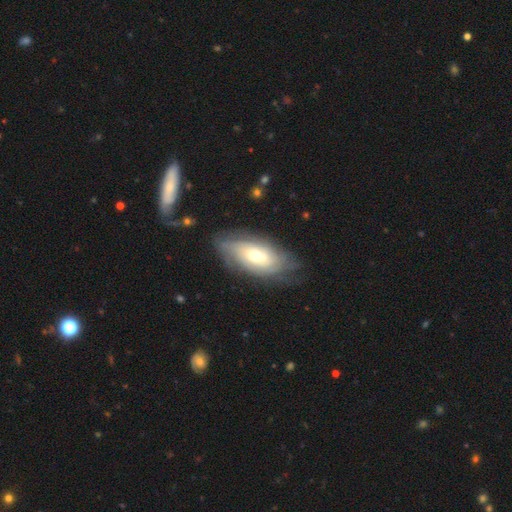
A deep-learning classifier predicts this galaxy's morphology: smooth-or-featured: featured or disk: 57% | smooth: 35% | star or artifact: 7%
  disk-edge-on: no: 85% | yes: 15%
  merging: none: 71% | minor disturbance: 19% | major disturbance: 7% | merger: 3%